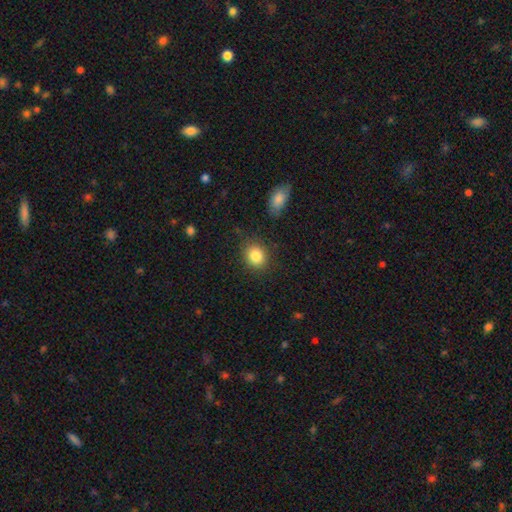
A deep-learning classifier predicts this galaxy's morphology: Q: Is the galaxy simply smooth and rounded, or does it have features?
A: smooth — 85%.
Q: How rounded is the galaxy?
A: round — 70%.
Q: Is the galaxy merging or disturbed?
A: none — 84%.